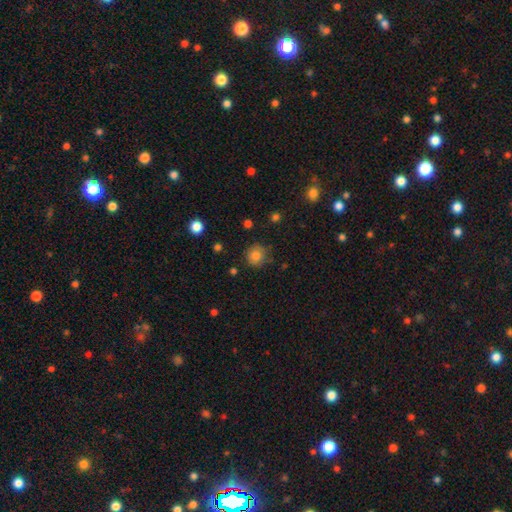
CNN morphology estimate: A smooth galaxy with no disk features (79%) that is round (91%). Merging: none (79%).